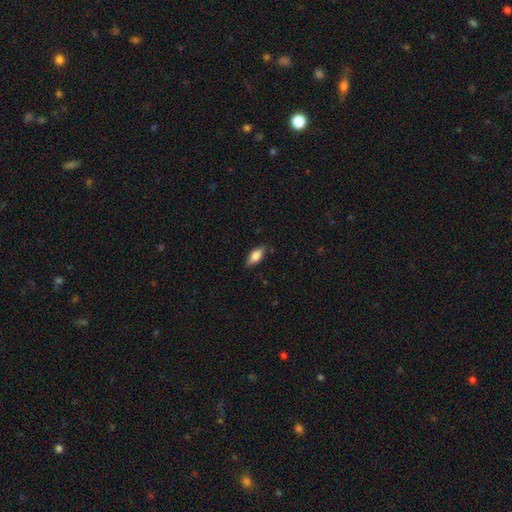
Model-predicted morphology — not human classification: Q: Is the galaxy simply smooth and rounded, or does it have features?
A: smooth — 74%.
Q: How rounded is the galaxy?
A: in between — 82%.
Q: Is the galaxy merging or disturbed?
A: none — 82%.